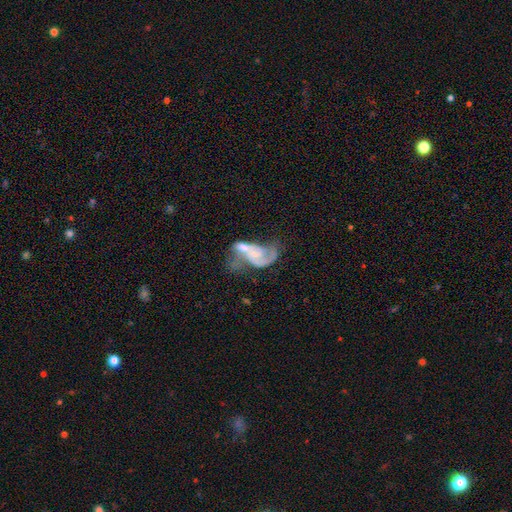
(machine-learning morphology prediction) This appears to be a featured or disk galaxy (75%) with no bar (66%), 2 (65%) loose (42%) spiral arms (84%) and a small central bulge (54%). Merging: merger (58%).